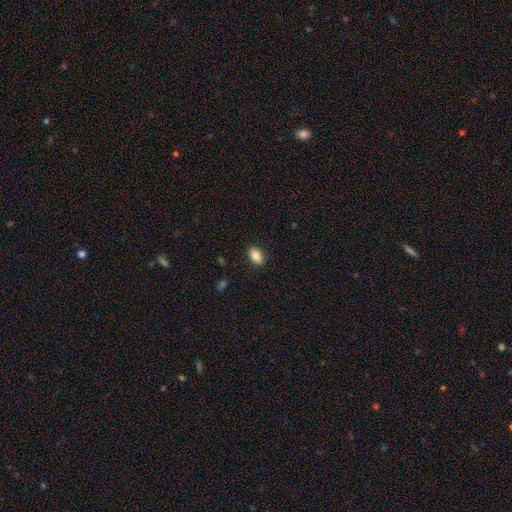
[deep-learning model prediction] The model was most divided on "smooth or featured": smooth: 83%, featured or disk: 9%, star or artifact: 8%. More confident: merging — none (89%); how rounded — in between (87%).